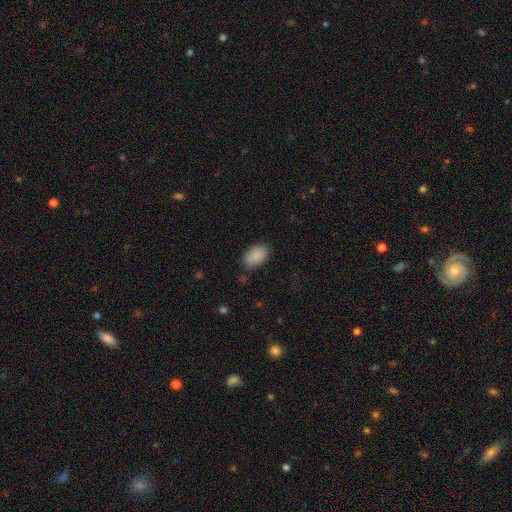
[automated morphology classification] Q: Smooth or featured?
A: smooth (89%); runner-up: star or artifact (7%)
Q: How rounded?
A: in between (90%); runner-up: round (9%)
Q: Merging?
A: none (82%); runner-up: minor disturbance (13%)